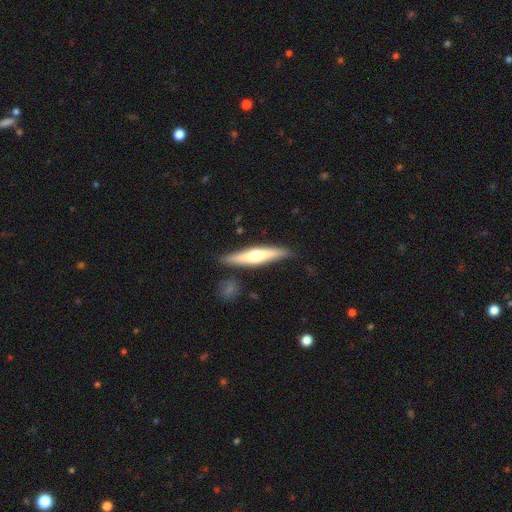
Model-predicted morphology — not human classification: Smooth or featured? featured or disk (55%)
Edge-on disk? yes (95%)
Edge-on bulge? rounded (86%)
Merging? none (85%)